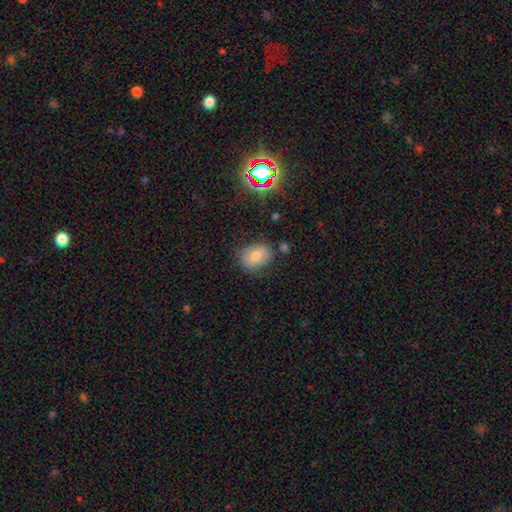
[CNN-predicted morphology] smooth_or_featured: smooth (p=0.71) [alt: featured or disk p=0.18]
how_rounded: in between (p=0.63) [alt: round p=0.36]
merging: none (p=0.75) [alt: minor disturbance p=0.17]